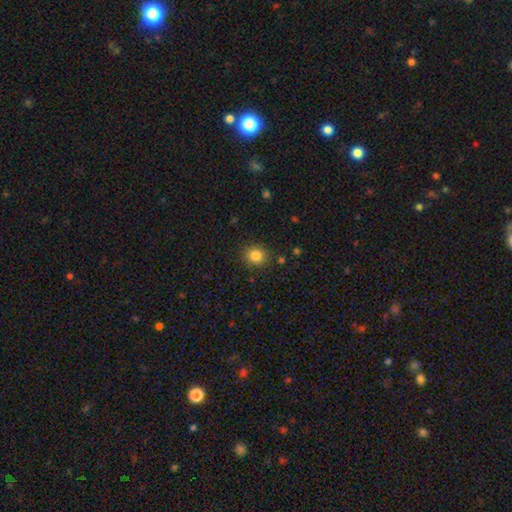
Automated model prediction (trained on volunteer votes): Overall: smooth (84%). How rounded: round (82%). Merging: none (87%).